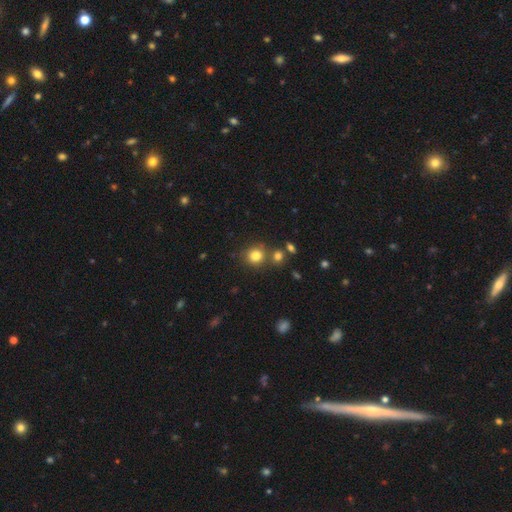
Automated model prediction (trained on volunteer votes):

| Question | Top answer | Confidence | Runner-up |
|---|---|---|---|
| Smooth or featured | smooth | 80% | star or artifact (13%) |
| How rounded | round | 85% | in between (14%) |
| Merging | none | 73% | merger (14%) |